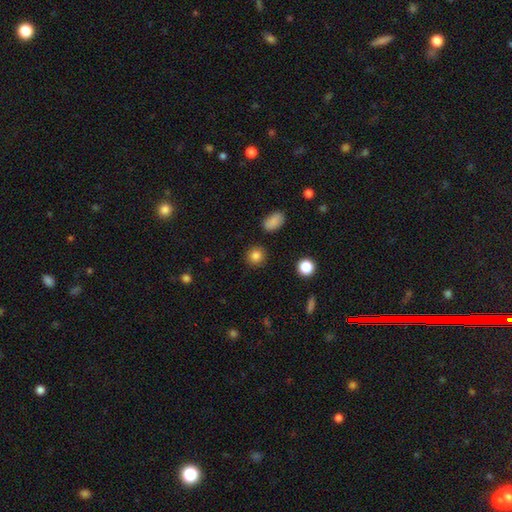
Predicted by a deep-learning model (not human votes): Smooth or featured? smooth (85%)
How rounded? round (90%)
Merging? none (89%)